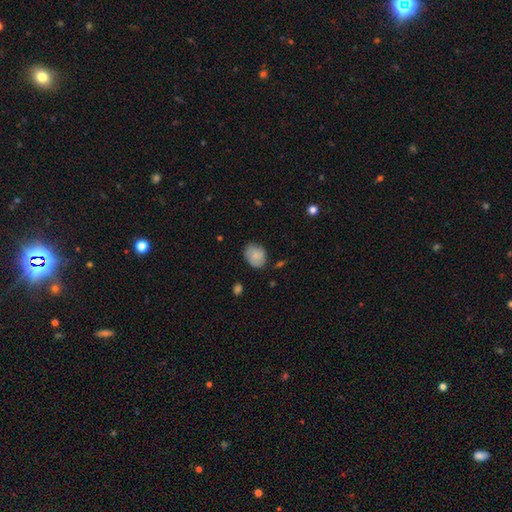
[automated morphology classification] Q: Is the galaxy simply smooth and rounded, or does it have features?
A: smooth — 80%.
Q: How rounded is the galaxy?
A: in between — 61%.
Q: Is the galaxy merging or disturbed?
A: none — 69%.